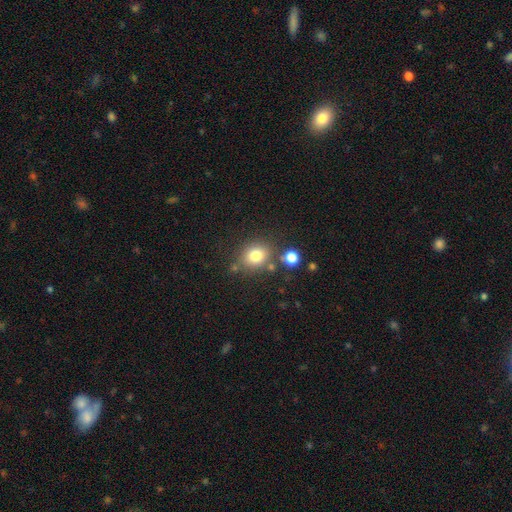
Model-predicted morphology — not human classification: Smooth or featured? Predicted: smooth (p=0.79). How rounded? Predicted: round (p=0.66). Merging? Predicted: none (p=0.73).